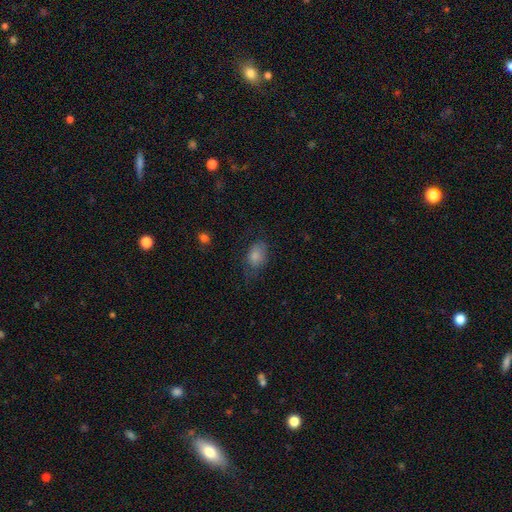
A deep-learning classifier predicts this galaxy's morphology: smooth_or_featured: smooth (p=0.82) [alt: star or artifact p=0.09]
how_rounded: in between (p=0.80) [alt: round p=0.19]
merging: none (p=0.54) [alt: minor disturbance p=0.30]